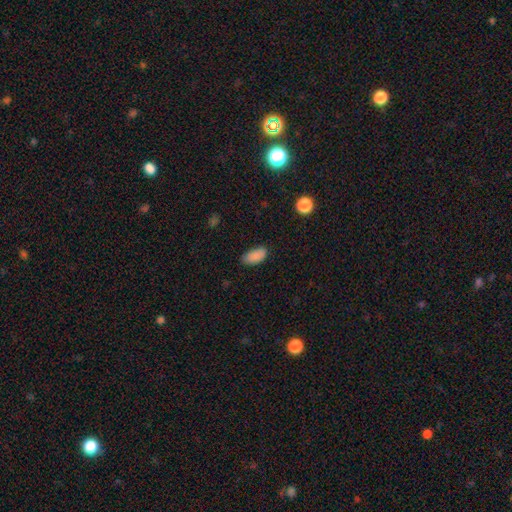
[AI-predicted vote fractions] smooth 87%, star or artifact 9%, featured or disk 4%. Down the decision tree: how rounded — in between (93%); merging — none (75%).